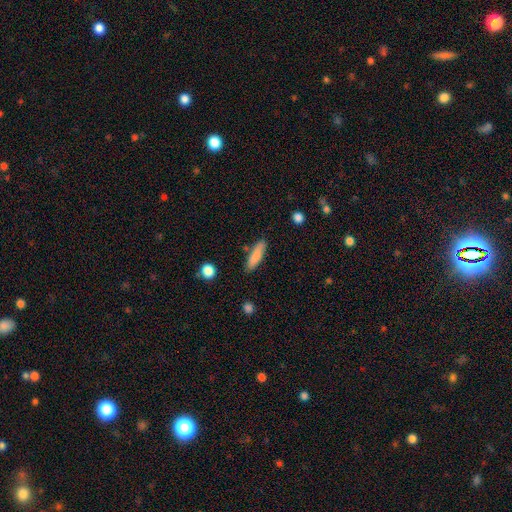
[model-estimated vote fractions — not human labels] Smooth or featured? smooth (82%)
How rounded? cigar-shaped (74%)
Merging? none (82%)